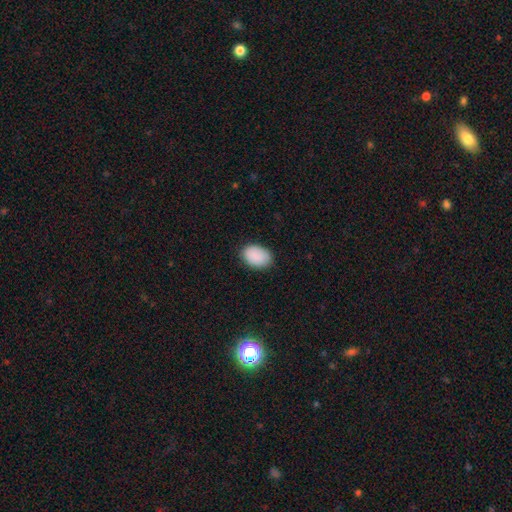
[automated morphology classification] smooth_or_featured: smooth (p=0.90) [alt: star or artifact p=0.07]
how_rounded: in between (p=0.85) [alt: round p=0.14]
merging: none (p=0.85) [alt: minor disturbance p=0.12]